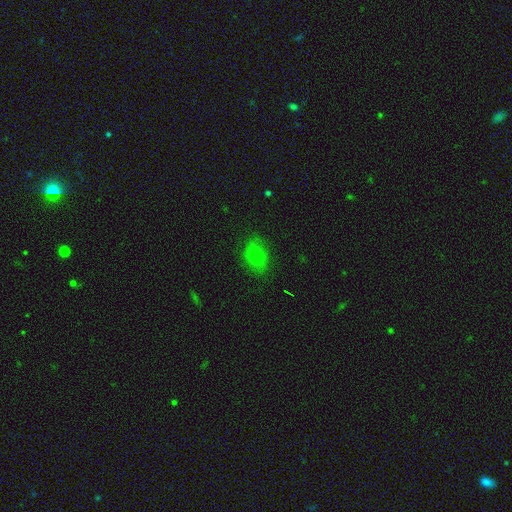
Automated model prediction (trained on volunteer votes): Smooth or featured? Predicted: smooth (p=0.78). How rounded? Predicted: in between (p=0.74). Merging? Predicted: none (p=0.74).